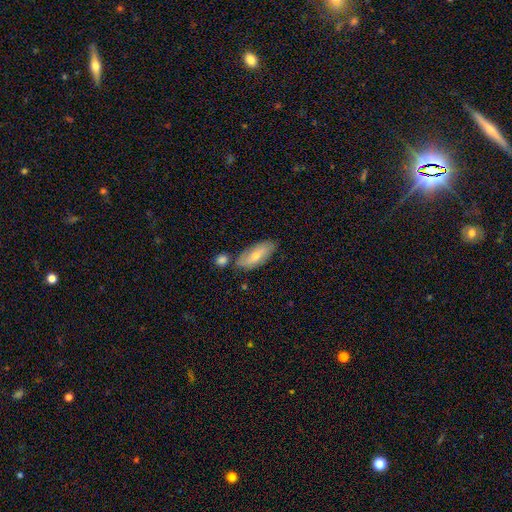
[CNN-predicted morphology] Q: Smooth or featured?
A: smooth (61%); runner-up: featured or disk (32%)
Q: How rounded?
A: in between (79%); runner-up: cigar-shaped (18%)
Q: Merging?
A: none (70%); runner-up: minor disturbance (17%)